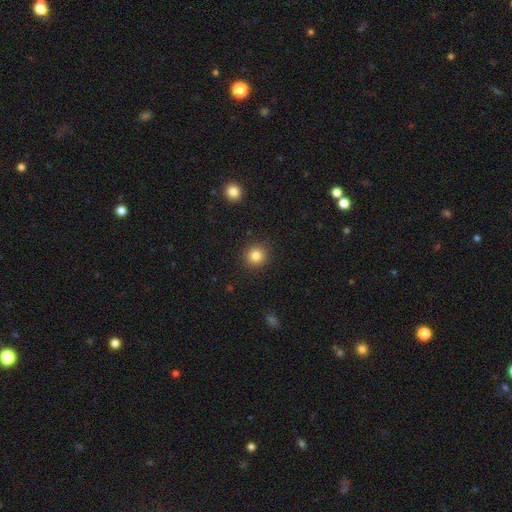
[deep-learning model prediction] This is clearly a smooth galaxy (83%). How rounded: clearly round (92%). Merging: clearly none (90%).